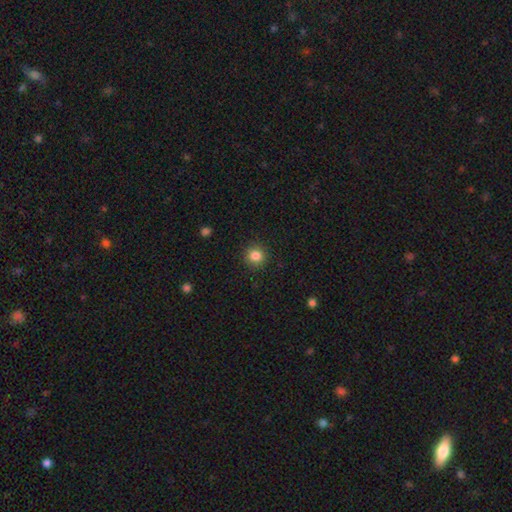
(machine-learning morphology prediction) A smooth galaxy with no disk features (84%) that is round (90%). Merging: none (90%).